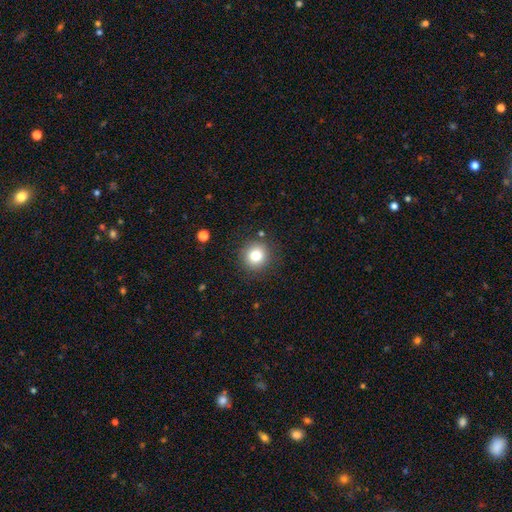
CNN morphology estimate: Smooth or featured?
  - smooth: 80% *
  - star or artifact: 12%
  - featured or disk: 9%
How rounded?
  - round: 91% *
  - in between: 8%
  - cigar-shaped: 1%
Merging?
  - none: 87% *
  - minor disturbance: 8%
  - major disturbance: 3%
  - merger: 2%